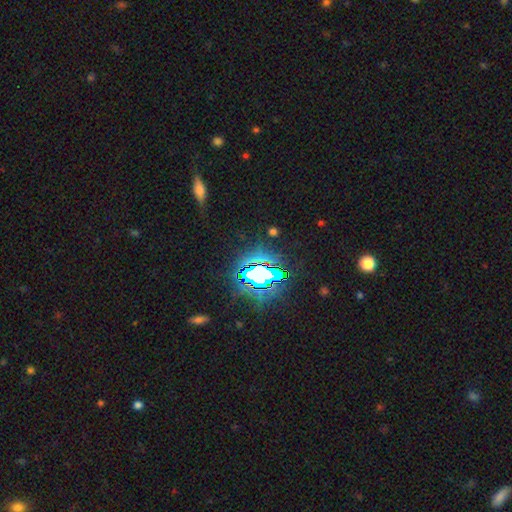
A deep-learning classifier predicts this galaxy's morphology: Overall: star or artifact (78%).